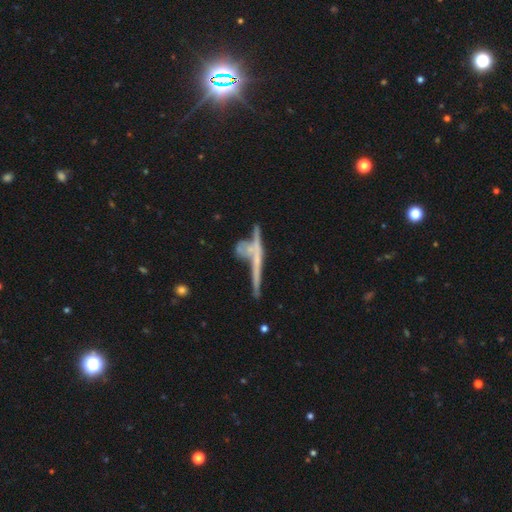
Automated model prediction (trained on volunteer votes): featured or disk 58%, smooth 29%, star or artifact 14%. Down the decision tree: edge-on disk — yes (82%); merging — none (41%).